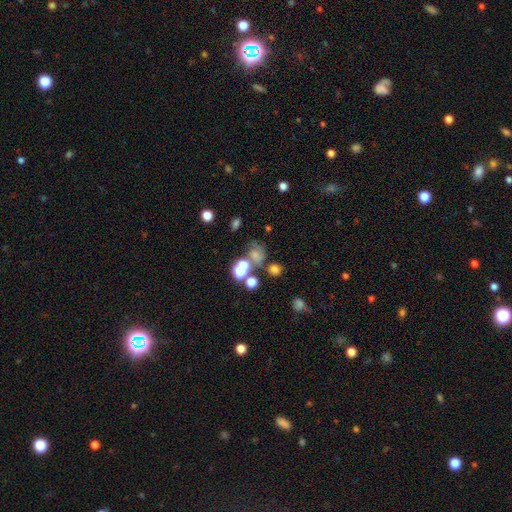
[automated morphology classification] Smooth or featured?
  - smooth: 51% *
  - star or artifact: 26%
  - featured or disk: 23%
How rounded?
  - round: 57% *
  - in between: 41%
  - cigar-shaped: 2%
Merging?
  - none: 36% *
  - merger: 34%
  - major disturbance: 16%
  - minor disturbance: 15%